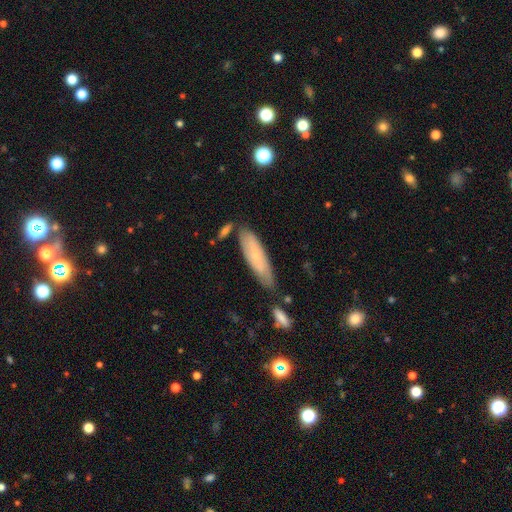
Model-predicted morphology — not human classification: A smooth galaxy with no disk features (57%) that is cigar-shaped (62%).

Vote fractions:
- Smooth or featured? smooth: 57% / featured or disk: 36% / star or artifact: 7%
- How rounded? cigar-shaped: 62% / in between: 36% / round: 2%
- Merging? none: 68% / minor disturbance: 20% / merger: 8% / major disturbance: 4%